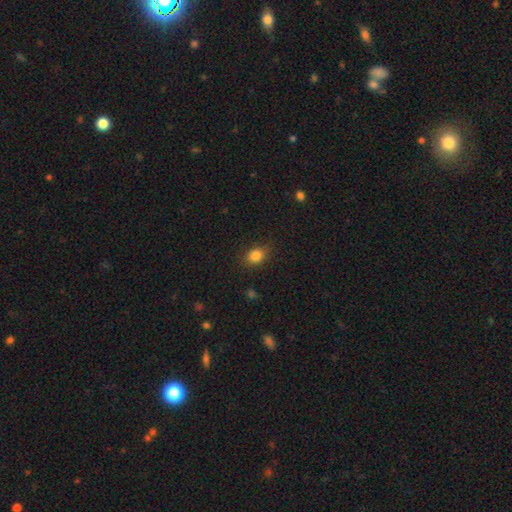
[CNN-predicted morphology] Q: Smooth or featured?
A: smooth (83%); runner-up: star or artifact (12%)
Q: How rounded?
A: in between (52%); runner-up: round (46%)
Q: Merging?
A: none (82%); runner-up: minor disturbance (14%)